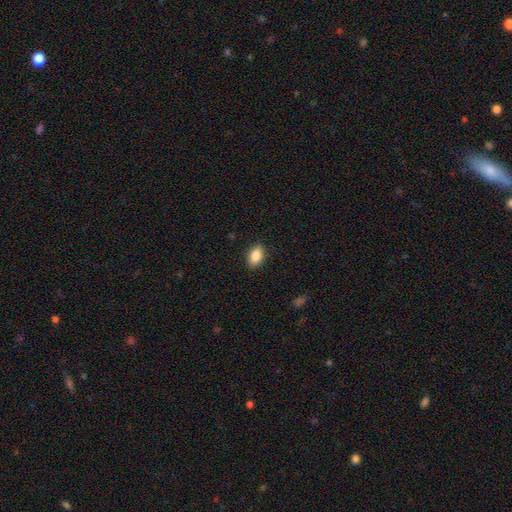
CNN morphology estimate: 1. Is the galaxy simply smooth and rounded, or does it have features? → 86% smooth, 7% star or artifact, 6% featured or disk.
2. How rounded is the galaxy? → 90% in between, 7% round, 3% cigar-shaped.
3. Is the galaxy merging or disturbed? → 88% none, 8% minor disturbance, 2% major disturbance, 1% merger.